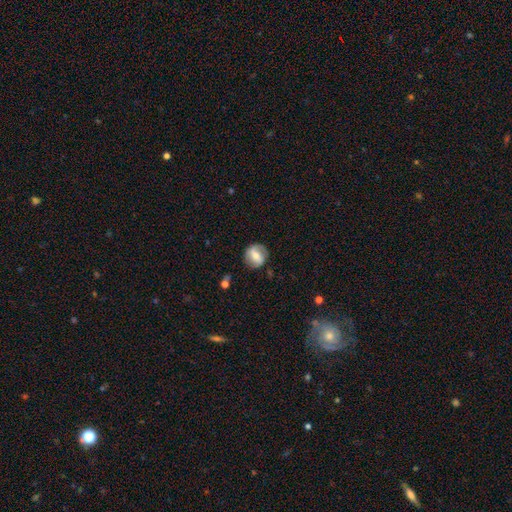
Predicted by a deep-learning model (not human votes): Smooth or featured: featured or disk — 52% (smooth — 41%)
Edge-on disk: no — 95% (yes — 5%)
Merging: none — 78% (minor disturbance — 15%)